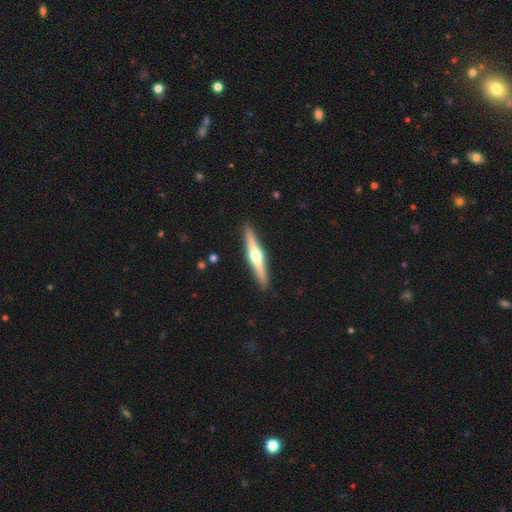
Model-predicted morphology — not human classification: Smooth or featured? featured or disk (70%)
Edge-on disk? yes (98%)
Edge-on bulge? rounded (94%)
Merging? none (92%)